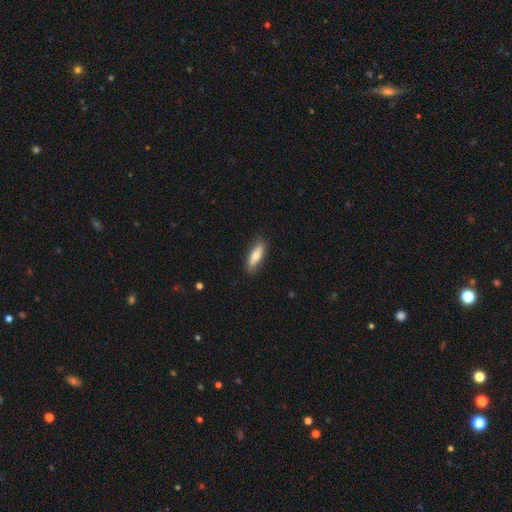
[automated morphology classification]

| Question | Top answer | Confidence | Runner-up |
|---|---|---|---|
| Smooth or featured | smooth | 64% | featured or disk (30%) |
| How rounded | in between | 54% | cigar-shaped (44%) |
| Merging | none | 82% | minor disturbance (14%) |